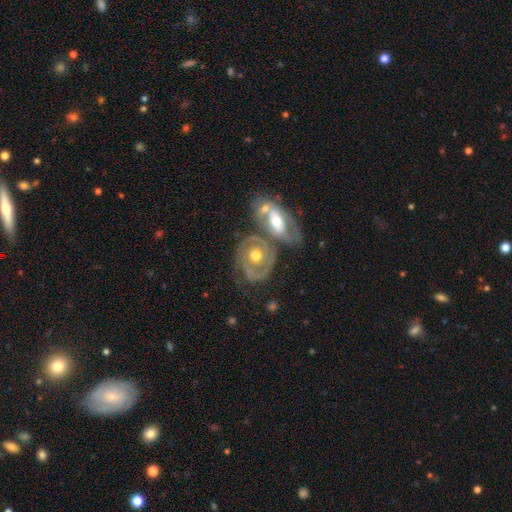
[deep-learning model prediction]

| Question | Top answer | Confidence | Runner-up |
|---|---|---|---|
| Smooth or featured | featured or disk | 72% | smooth (23%) |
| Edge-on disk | no | 95% | yes (5%) |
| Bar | no | 80% | weak (15%) |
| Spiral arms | yes | 64% | no (36%) |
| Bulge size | moderate | 76% | small (12%) |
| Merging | merger | 40% | none (38%) |